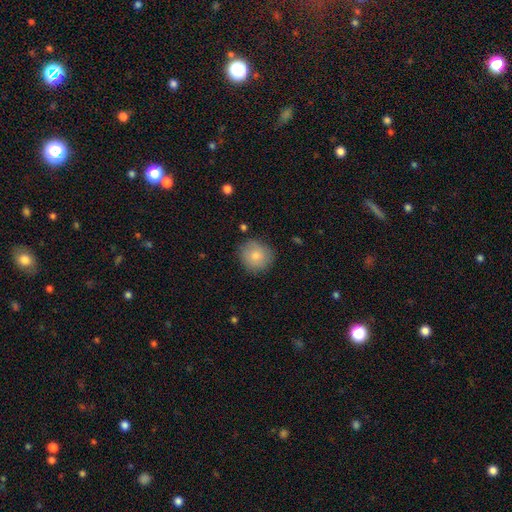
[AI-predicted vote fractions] Q: Smooth or featured?
A: smooth (81%); runner-up: featured or disk (12%)
Q: How rounded?
A: round (89%); runner-up: in between (10%)
Q: Merging?
A: none (83%); runner-up: minor disturbance (13%)